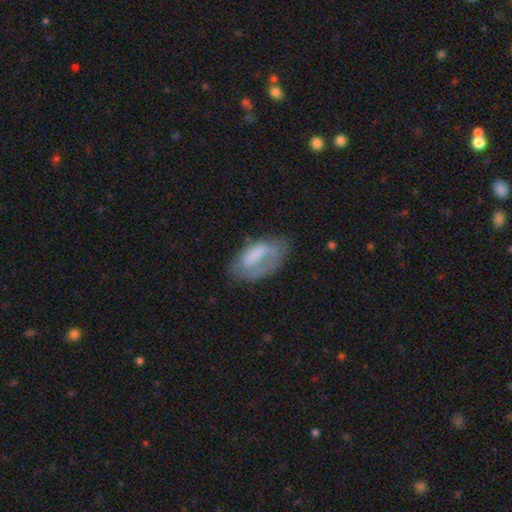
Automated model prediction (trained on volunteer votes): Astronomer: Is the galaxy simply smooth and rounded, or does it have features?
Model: smooth — 55% (runner-up: featured or disk, 37%).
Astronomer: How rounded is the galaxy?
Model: in between — 89%.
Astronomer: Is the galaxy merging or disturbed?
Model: none — 41% (runner-up: minor disturbance, 30%).